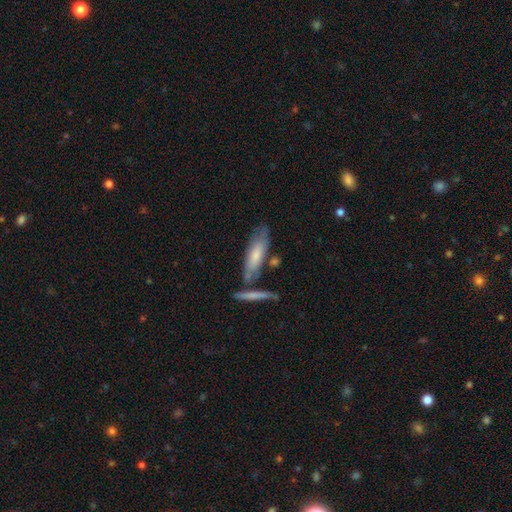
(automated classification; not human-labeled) smooth 61%, featured or disk 33%, star or artifact 6%. Down the decision tree: how rounded — cigar-shaped (52%); merging — none (61%).